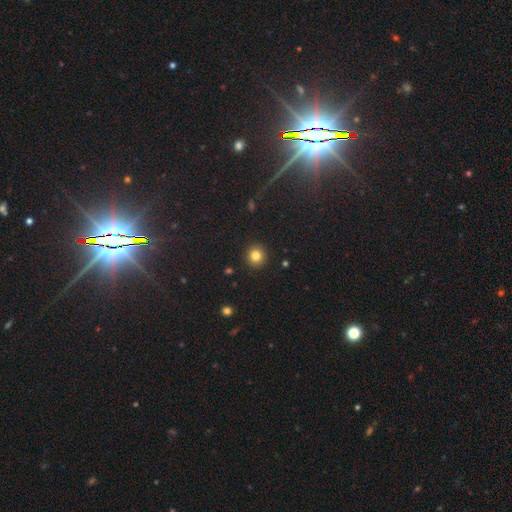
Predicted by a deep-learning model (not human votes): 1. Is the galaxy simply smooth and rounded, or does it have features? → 82% smooth, 12% star or artifact, 6% featured or disk.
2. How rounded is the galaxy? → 93% round, 6% in between, 1% cigar-shaped.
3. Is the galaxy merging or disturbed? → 92% none, 5% minor disturbance, 2% major disturbance, 1% merger.